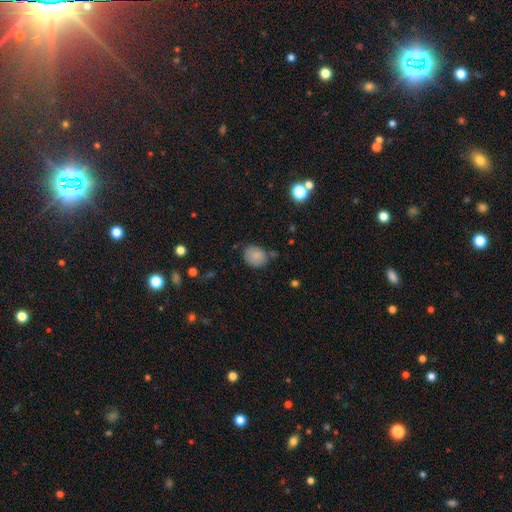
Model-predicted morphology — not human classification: smooth 82%, star or artifact 10%, featured or disk 8%. Down the decision tree: how rounded — round (55%); merging — none (67%).